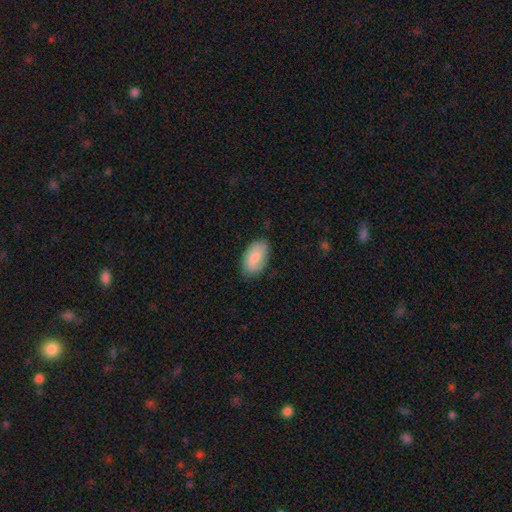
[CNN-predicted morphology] This is likely a smooth galaxy (75%). How rounded: clearly in between (94%). Merging: likely none (77%).